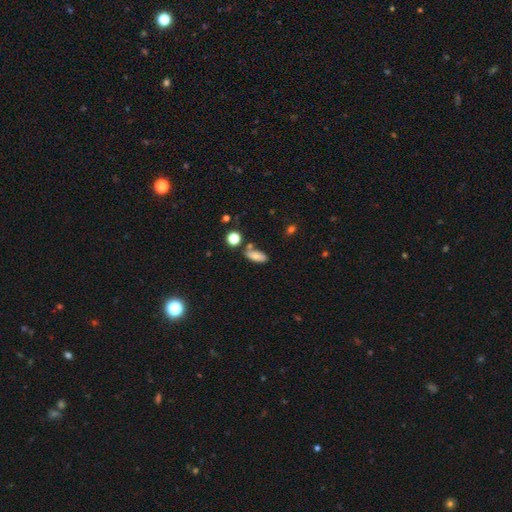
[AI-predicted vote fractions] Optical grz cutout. It shows a smooth galaxy with no disk features (75%) that is in between round and cigar-shaped (80%). Merging: none (69%).